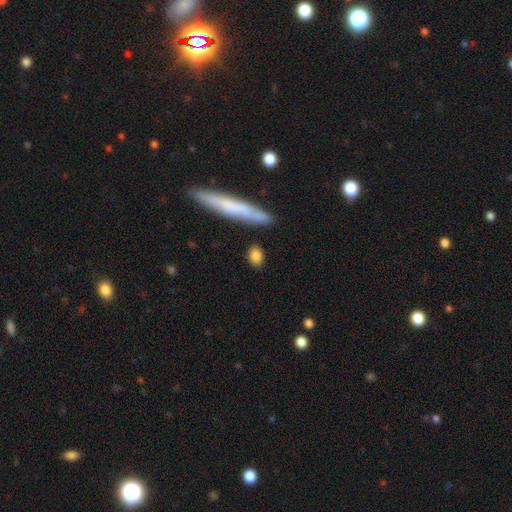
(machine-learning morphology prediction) smooth-or-featured: smooth: 84% | featured or disk: 9% | star or artifact: 7%
  how-rounded: in between: 71% | round: 18% | cigar-shaped: 11%
  merging: none: 83% | minor disturbance: 10% | merger: 4% | major disturbance: 3%